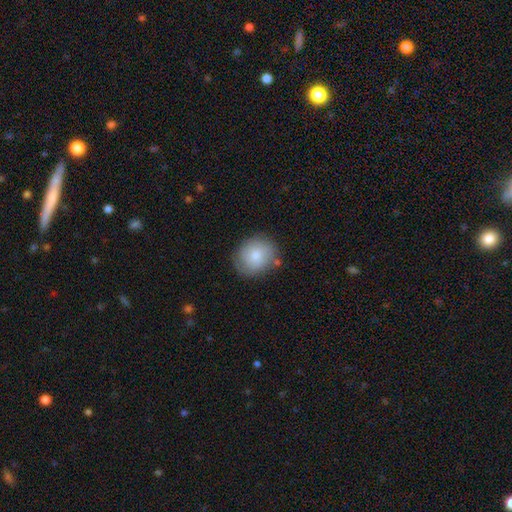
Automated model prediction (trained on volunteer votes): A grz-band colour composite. It shows a smooth galaxy with no disk features (77%) that is round (76%). Merging: none (77%).